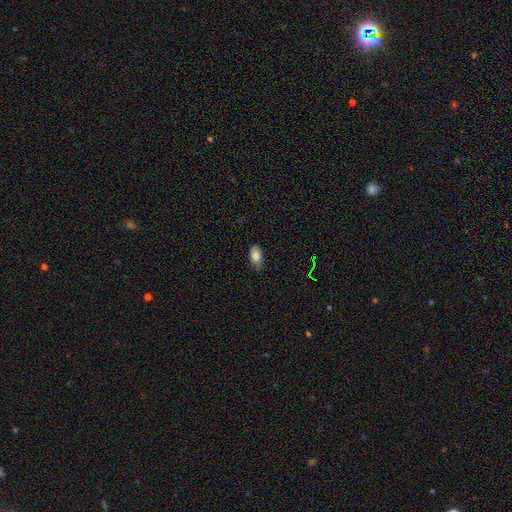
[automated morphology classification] Q: Smooth or featured?
A: smooth (84%); runner-up: star or artifact (8%)
Q: How rounded?
A: in between (92%); runner-up: round (5%)
Q: Merging?
A: none (74%); runner-up: minor disturbance (22%)